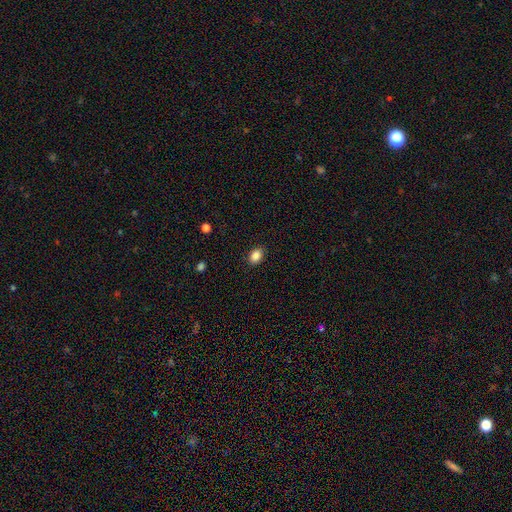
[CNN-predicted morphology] The model was most divided on "how rounded": in between: 77%, round: 21%, cigar-shaped: 1%. More confident: merging — none (88%); smooth or featured — smooth (87%).